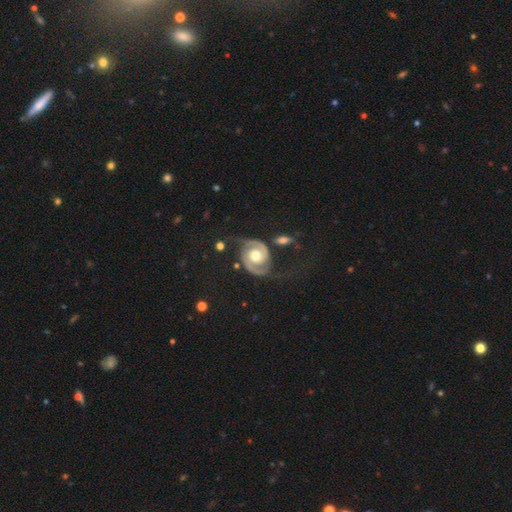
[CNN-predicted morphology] A featured or disk galaxy (90%) with no bar (69%), 2 (93%) medium (44%) spiral arms (97%) and a moderate central bulge (69%).

Vote fractions:
- Smooth or featured? featured or disk: 90% / smooth: 5% / star or artifact: 4%
- Edge-on disk? no: 98% / yes: 2%
- Bar? no: 69% / weak: 23% / strong: 8%
- Spiral arms? yes: 97% / no: 3%
- Spiral winding? medium: 44% / tight: 42% / loose: 13%
- Spiral arm count? 2: 93% / can't tell: 2% / 1: 2% / 3: 1% / 4: 1% / more than 4: 1%
- Bulge size? moderate: 69% / large: 21% / small: 7% / dominant: 2% / none: 1%
- Merging? none: 67% / minor disturbance: 18% / major disturbance: 10% / merger: 4%